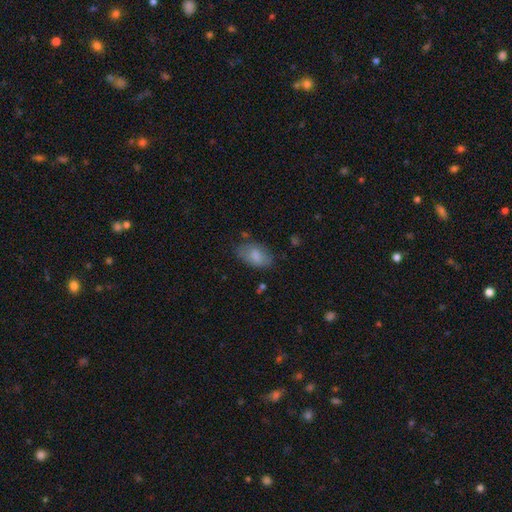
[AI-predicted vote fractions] A smooth galaxy with no disk features (80%) that is in between round and cigar-shaped (92%).

Vote fractions:
- Smooth or featured? smooth: 80% / featured or disk: 13% / star or artifact: 7%
- How rounded? in between: 92% / round: 6% / cigar-shaped: 2%
- Merging? none: 66% / minor disturbance: 24% / major disturbance: 7% / merger: 3%